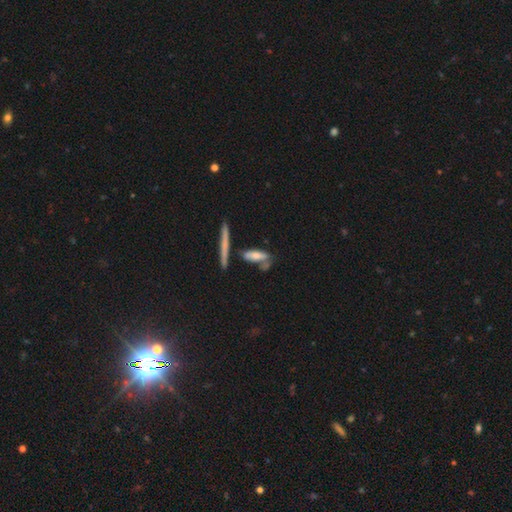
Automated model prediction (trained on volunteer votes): A smooth galaxy with no disk features (58%) that is cigar-shaped (55%).

Vote fractions:
- Smooth or featured? smooth: 58% / featured or disk: 34% / star or artifact: 8%
- How rounded? cigar-shaped: 55% / in between: 42% / round: 3%
- Merging? none: 50% / minor disturbance: 20% / merger: 19% / major disturbance: 11%